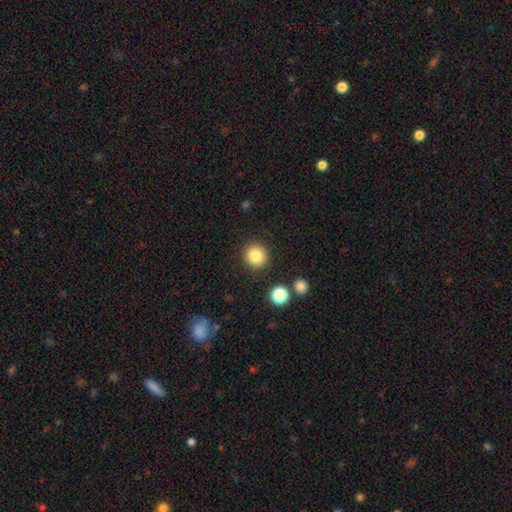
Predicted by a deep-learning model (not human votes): A smooth galaxy with no disk features (83%) that is round (92%).

Vote fractions:
- Smooth or featured? smooth: 83% / star or artifact: 11% / featured or disk: 6%
- How rounded? round: 92% / in between: 7% / cigar-shaped: 1%
- Merging? none: 89% / minor disturbance: 6% / merger: 2% / major disturbance: 2%